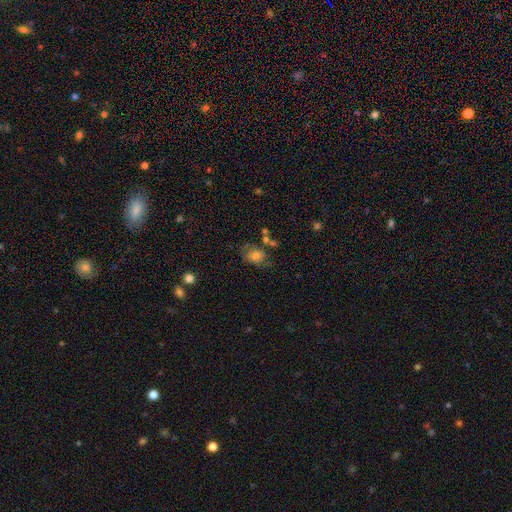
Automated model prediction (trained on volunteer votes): Smooth or featured?
  - smooth: 60% *
  - featured or disk: 29%
  - star or artifact: 11%
How rounded?
  - in between: 63% *
  - round: 36%
  - cigar-shaped: 1%
Merging?
  - none: 48% *
  - minor disturbance: 26%
  - major disturbance: 16%
  - merger: 10%